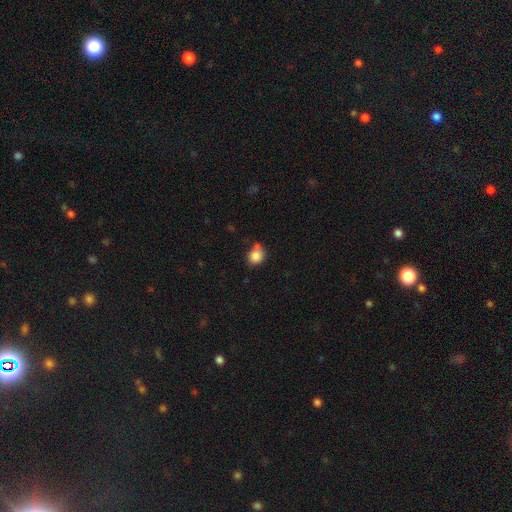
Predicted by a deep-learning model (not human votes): smooth-or-featured: smooth: 84% | star or artifact: 10% | featured or disk: 6%
  how-rounded: round: 76% | in between: 23% | cigar-shaped: 1%
  merging: none: 57% | minor disturbance: 23% | merger: 14% | major disturbance: 6%